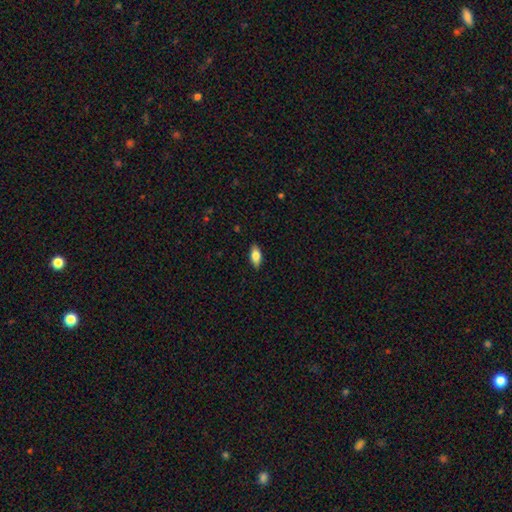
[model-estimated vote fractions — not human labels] smooth-or-featured: smooth: 80% | featured or disk: 13% | star or artifact: 7%
  how-rounded: in between: 88% | cigar-shaped: 10% | round: 3%
  merging: none: 88% | minor disturbance: 9% | major disturbance: 2% | merger: 1%